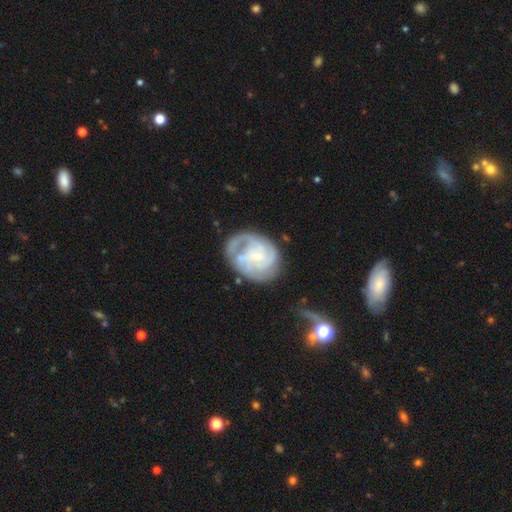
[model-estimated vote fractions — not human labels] A featured or disk galaxy (80%) with no bar (62%), tight (50%) spiral arms (91%) and a small central bulge (70%). Merging: none (57%).